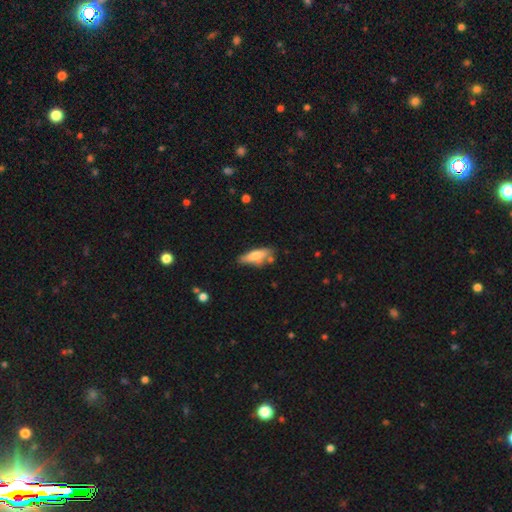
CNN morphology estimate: Smooth or featured: smooth — 63% (featured or disk — 30%)
How rounded: cigar-shaped — 54% (in between — 44%)
Merging: none — 66% (minor disturbance — 21%)